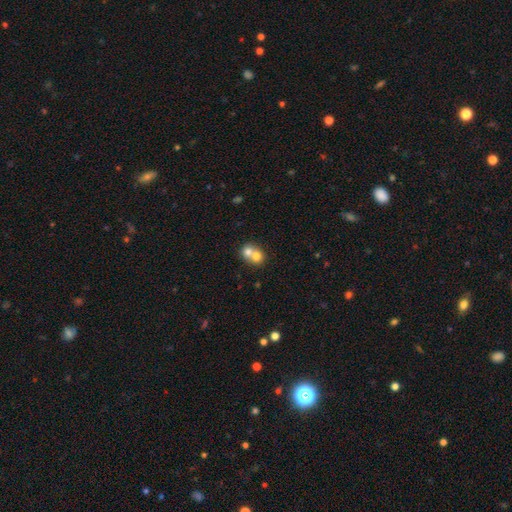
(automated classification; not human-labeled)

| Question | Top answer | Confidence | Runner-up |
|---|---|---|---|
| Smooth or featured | smooth | 71% | featured or disk (20%) |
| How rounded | round | 73% | in between (26%) |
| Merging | merger | 71% | none (22%) |